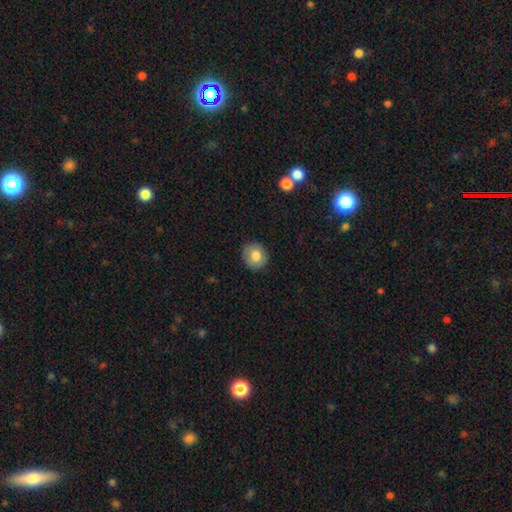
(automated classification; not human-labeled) A smooth galaxy with no disk features (80%) that is round (80%).

Vote fractions:
- Smooth or featured? smooth: 80% / featured or disk: 11% / star or artifact: 8%
- How rounded? round: 80% / in between: 19% / cigar-shaped: 1%
- Merging? none: 86% / minor disturbance: 11% / major disturbance: 2% / merger: 1%